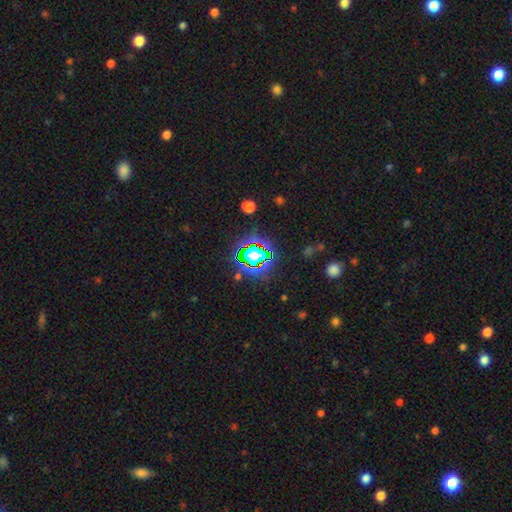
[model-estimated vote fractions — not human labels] Q: Smooth or featured?
A: star or artifact (67%); runner-up: smooth (21%)